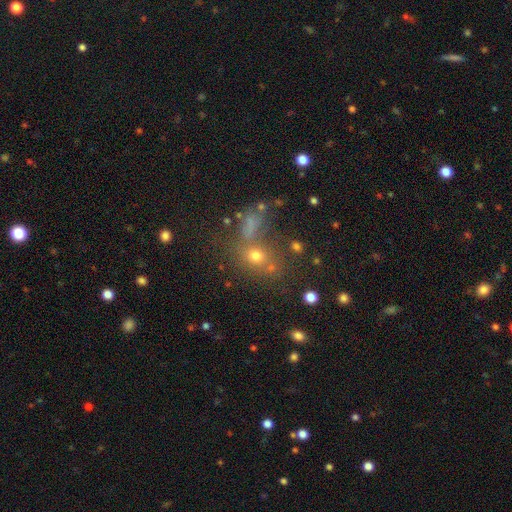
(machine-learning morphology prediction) type=smooth (64%); roundness=round (61%); merging=none (58%).